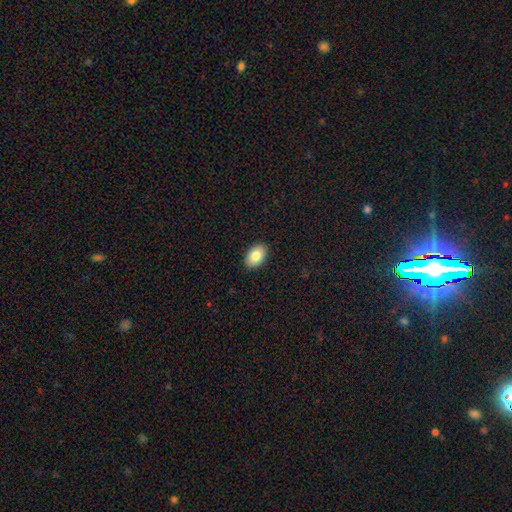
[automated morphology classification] type=smooth (84%); roundness=in between (88%); merging=none (90%).